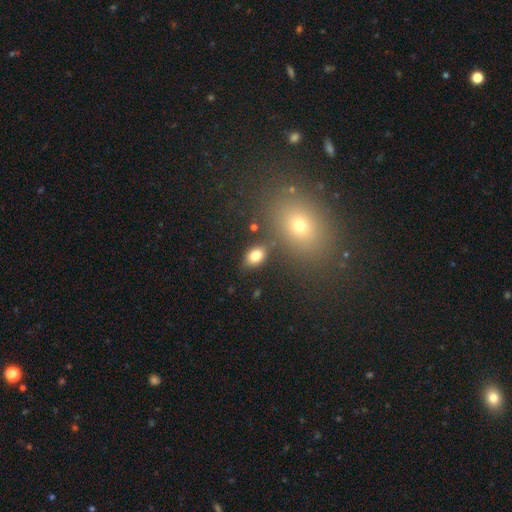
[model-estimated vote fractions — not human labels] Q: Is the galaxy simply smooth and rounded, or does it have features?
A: smooth — 80%.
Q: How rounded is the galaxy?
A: in between — 80%.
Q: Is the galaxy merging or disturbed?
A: none — 78%.